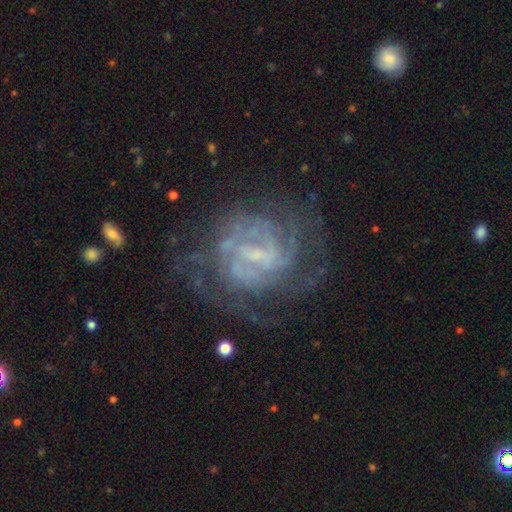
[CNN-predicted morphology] Smooth or featured: featured or disk — 83% (smooth — 9%)
Edge-on disk: no — 97% (yes — 3%)
Bar: weak — 54% (strong — 24%)
Spiral arms: yes — 88% (no — 12%)
Spiral winding: tight — 60% (medium — 32%)
Spiral arm count: can't tell — 45% (2 — 19%)
Bulge size: small — 56% (none — 27%)
Merging: none — 68% (minor disturbance — 16%)